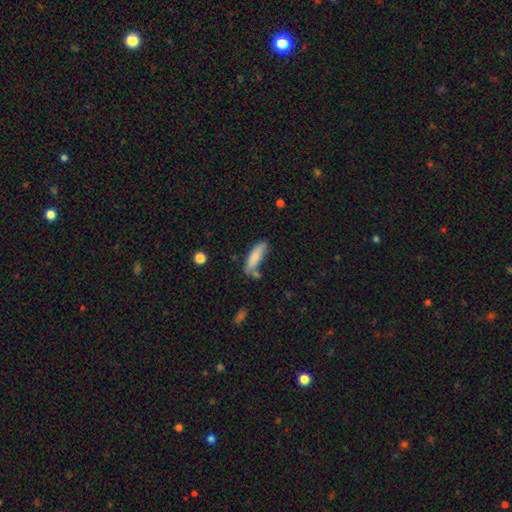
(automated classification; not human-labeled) Smooth or featured? smooth (80%)
How rounded? cigar-shaped (56%)
Merging? none (63%)